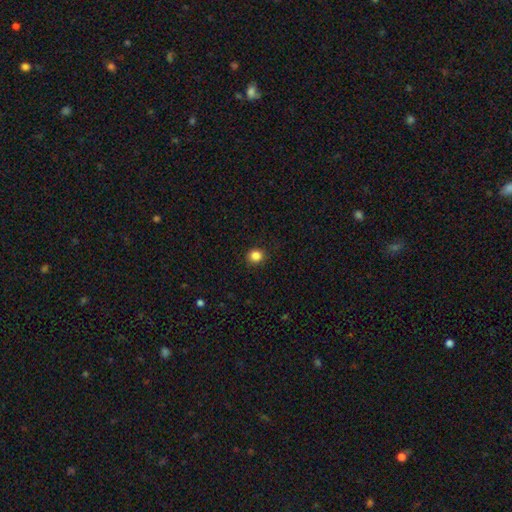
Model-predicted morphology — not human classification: A smooth galaxy with no disk features (85%) that is round (86%). Merging: none (90%).